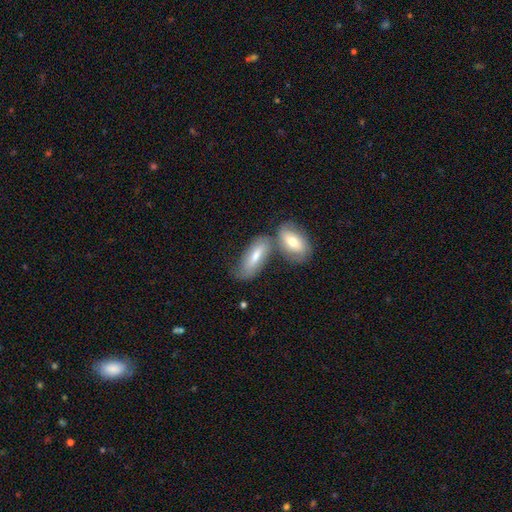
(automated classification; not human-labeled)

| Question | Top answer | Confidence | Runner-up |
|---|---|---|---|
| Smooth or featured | smooth | 64% | featured or disk (30%) |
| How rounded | in between | 73% | cigar-shaped (25%) |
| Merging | merger | 44% | none (38%) |